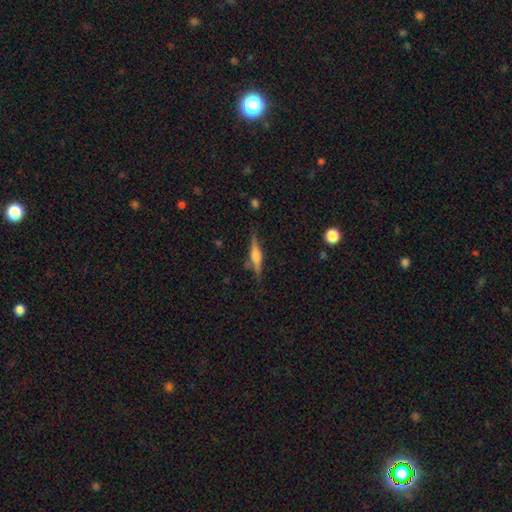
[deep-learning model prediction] This is possibly a featured or disk galaxy (60%). It is clearly viewed edge-on (96%). Edge-on bulge: likely rounded (80%). Merging: clearly none (81%).